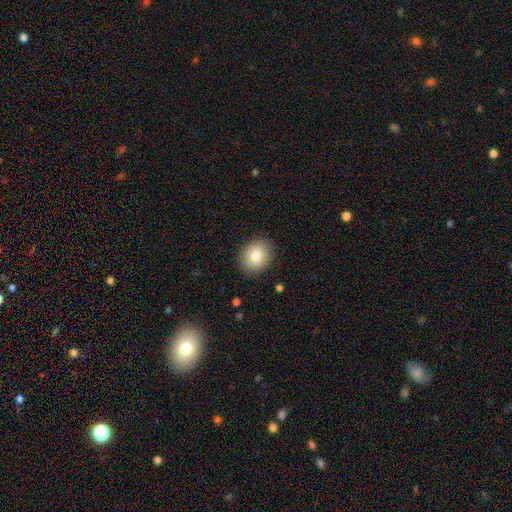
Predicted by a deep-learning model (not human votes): Smooth or featured?
  - smooth: 83% *
  - featured or disk: 9%
  - star or artifact: 8%
How rounded?
  - round: 61% *
  - in between: 38%
  - cigar-shaped: 1%
Merging?
  - none: 88% *
  - minor disturbance: 9%
  - major disturbance: 2%
  - merger: 1%